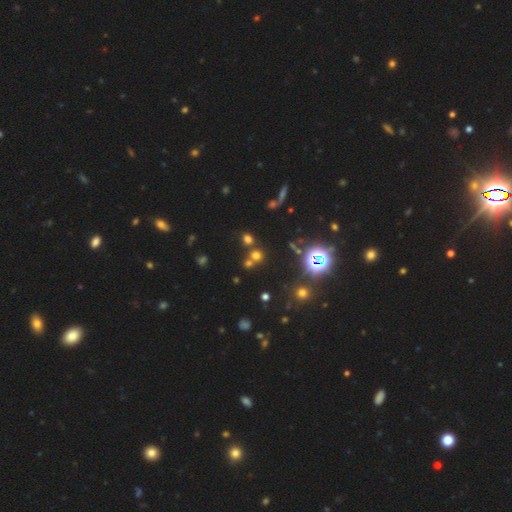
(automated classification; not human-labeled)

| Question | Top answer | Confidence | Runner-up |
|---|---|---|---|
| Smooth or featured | star or artifact | 63% | smooth (27%) |